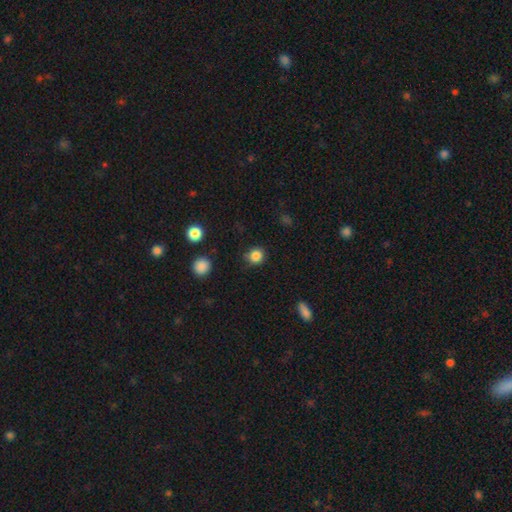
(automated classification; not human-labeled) This appears to be a smooth galaxy with no disk features (85%) that is round (88%). Merging: none (82%).